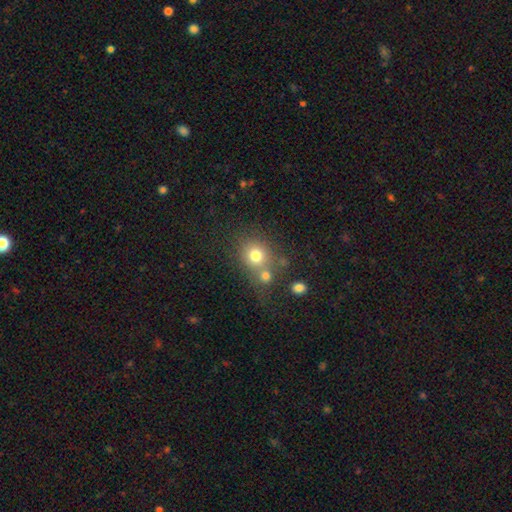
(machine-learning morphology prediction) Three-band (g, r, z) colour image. It shows a smooth galaxy with no disk features (75%) that is round (80%). Merging: none (53%).